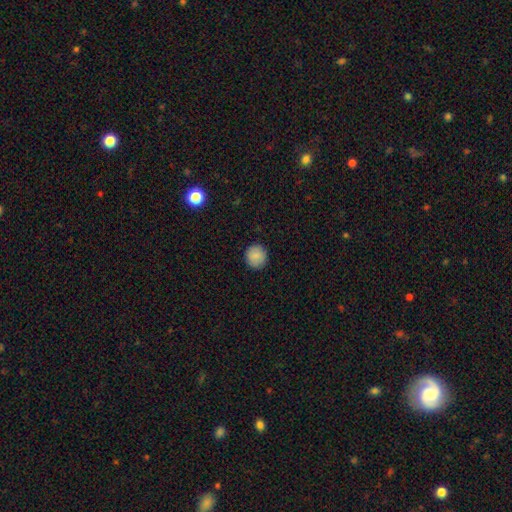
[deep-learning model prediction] A smooth galaxy with no disk features (87%) that is round (92%).

Vote fractions:
- Smooth or featured? smooth: 87% / star or artifact: 8% / featured or disk: 5%
- How rounded? round: 92% / in between: 7% / cigar-shaped: 1%
- Merging? none: 90% / minor disturbance: 7% / major disturbance: 2% / merger: 1%